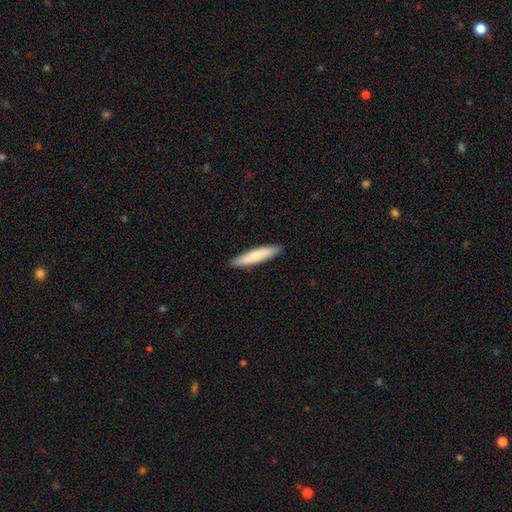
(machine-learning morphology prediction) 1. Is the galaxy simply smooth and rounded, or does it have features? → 71% smooth, 24% featured or disk, 5% star or artifact.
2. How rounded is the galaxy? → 86% cigar-shaped, 13% in between, 1% round.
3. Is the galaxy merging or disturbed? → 90% none, 7% minor disturbance, 1% major disturbance, 1% merger.